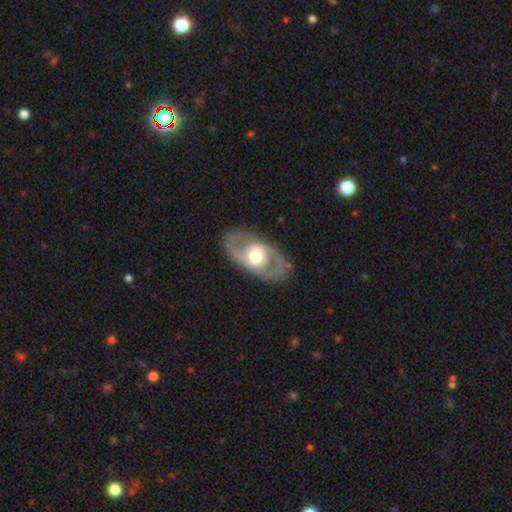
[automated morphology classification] Q: Smooth or featured?
A: featured or disk (75%); runner-up: smooth (20%)
Q: Edge-on disk?
A: no (91%); runner-up: yes (9%)
Q: Bar?
A: no (66%); runner-up: weak (24%)
Q: Spiral arms?
A: yes (59%); runner-up: no (41%)
Q: Bulge size?
A: moderate (63%); runner-up: large (26%)
Q: Merging?
A: none (85%); runner-up: minor disturbance (10%)